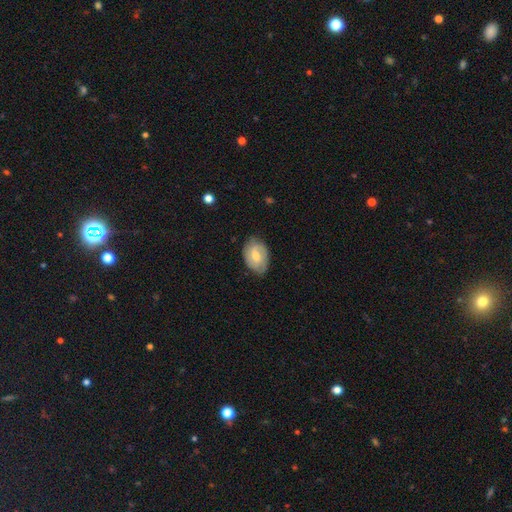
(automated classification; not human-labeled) A smooth galaxy with no disk features (48%).

Vote fractions:
- Smooth or featured? smooth: 48% / featured or disk: 46% / star or artifact: 6%
- Merging? none: 73% / minor disturbance: 21% / major disturbance: 4% / merger: 1%